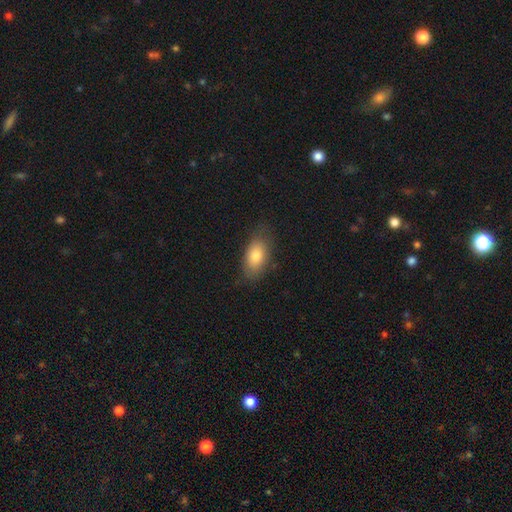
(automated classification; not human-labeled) Smooth or featured? Predicted: smooth (p=0.80). How rounded? Predicted: in between (p=0.90). Merging? Predicted: none (p=0.77).